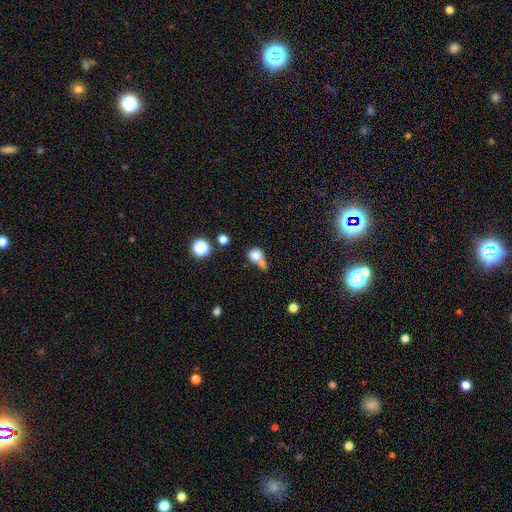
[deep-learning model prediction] Morphology: type=smooth (75%); roundness=round (72%); merging=merger (39%).